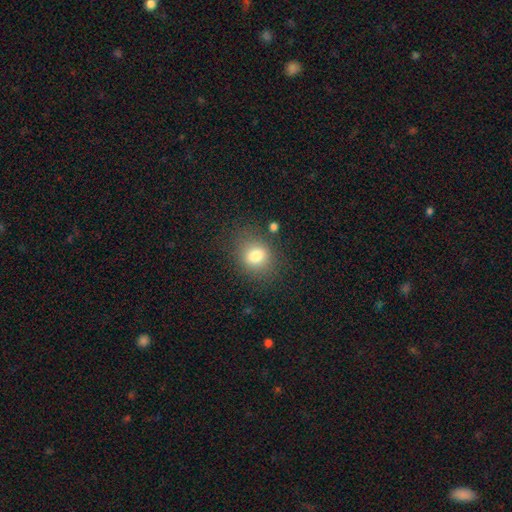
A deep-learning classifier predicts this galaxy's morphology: A smooth galaxy with no disk features (78%) that is round (63%).

Vote fractions:
- Smooth or featured? smooth: 78% / star or artifact: 12% / featured or disk: 10%
- How rounded? round: 63% / in between: 36% / cigar-shaped: 1%
- Merging? none: 77% / minor disturbance: 14% / major disturbance: 6% / merger: 3%